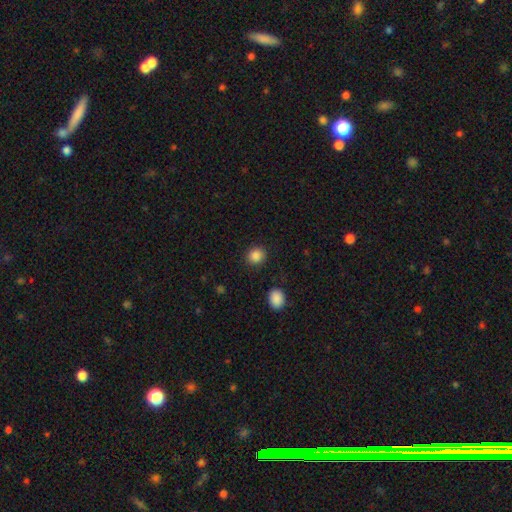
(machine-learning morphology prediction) Overall: smooth (87%). How rounded: round (83%). Merging: none (90%).